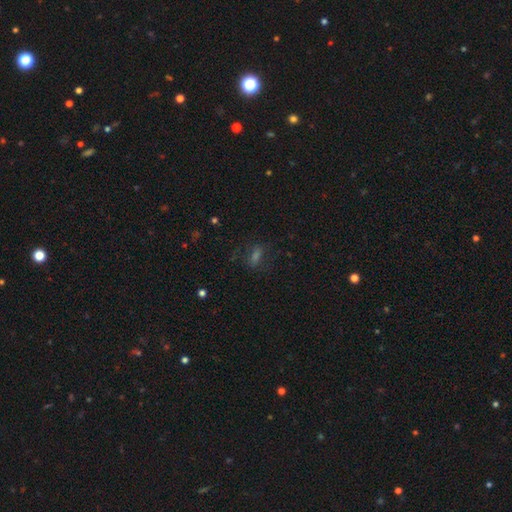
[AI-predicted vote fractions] Smooth or featured: smooth — 51% (star or artifact — 30%)
How rounded: in between — 61% (cigar-shaped — 29%)
Merging: none — 73% (minor disturbance — 15%)